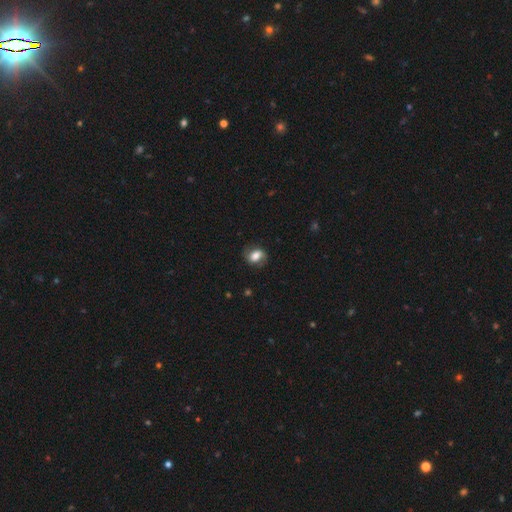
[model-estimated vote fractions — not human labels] Smooth or featured? Predicted: smooth (p=0.53). How rounded? Predicted: in between (p=0.63). Merging? Predicted: none (p=0.76).